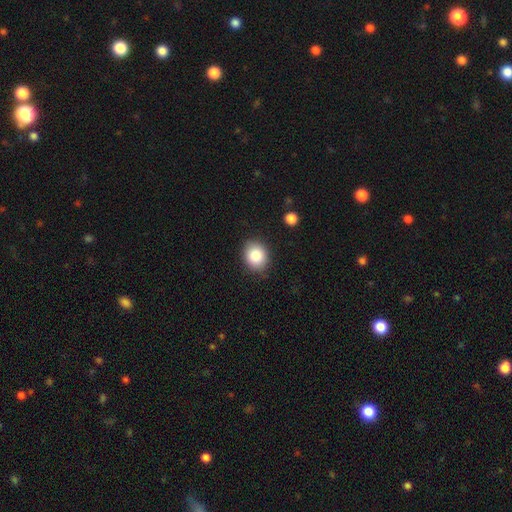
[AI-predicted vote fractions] A smooth galaxy with no disk features (86%) that is round (63%).

Vote fractions:
- Smooth or featured? smooth: 86% / star or artifact: 8% / featured or disk: 6%
- How rounded? round: 63% / in between: 36% / cigar-shaped: 1%
- Merging? none: 85% / minor disturbance: 10% / major disturbance: 3% / merger: 2%